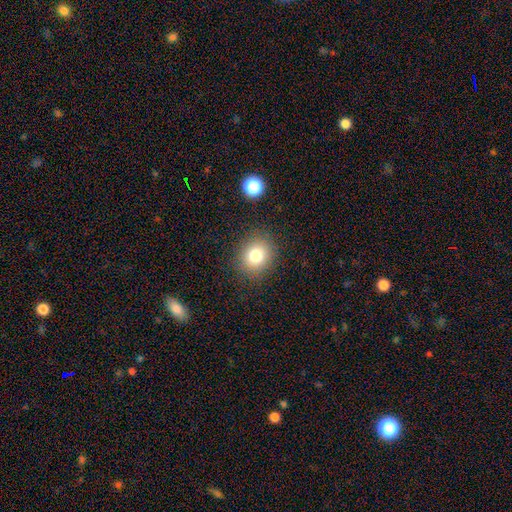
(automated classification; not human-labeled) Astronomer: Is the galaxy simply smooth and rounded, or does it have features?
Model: smooth — 78%.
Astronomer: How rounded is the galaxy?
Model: round — 72%.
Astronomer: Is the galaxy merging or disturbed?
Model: none — 87%.